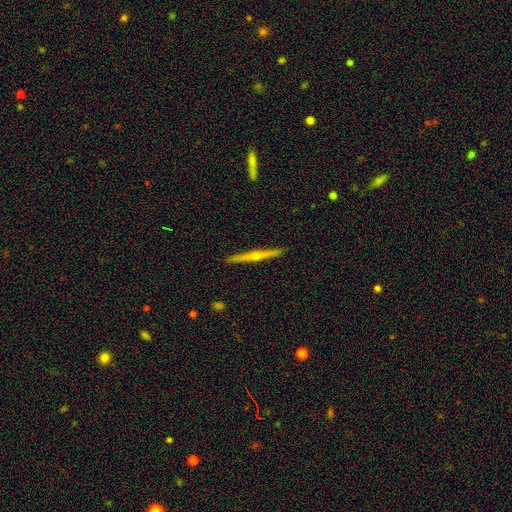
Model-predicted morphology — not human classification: smooth-or-featured: featured or disk: 78% | smooth: 17% | star or artifact: 6%
  disk-edge-on: yes: 98% | no: 2%
    edge-on-bulge: rounded: 84% | none: 13% | boxy: 3%
  merging: none: 93% | minor disturbance: 5% | major disturbance: 1% | merger: 1%